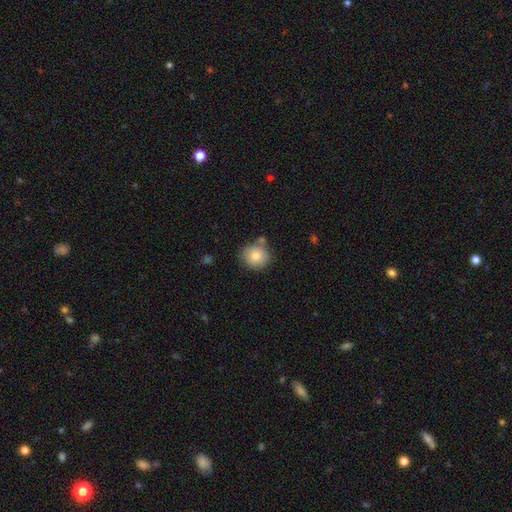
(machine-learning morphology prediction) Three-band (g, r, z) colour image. It shows a smooth galaxy with no disk features (81%) that is round (87%). Merging: none (72%).